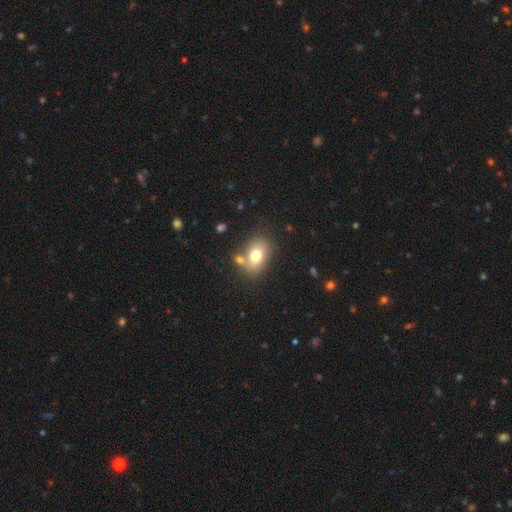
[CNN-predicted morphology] Smooth or featured? Predicted: smooth (p=0.74). How rounded? Predicted: in between (p=0.73). Merging? Predicted: none (p=0.67).